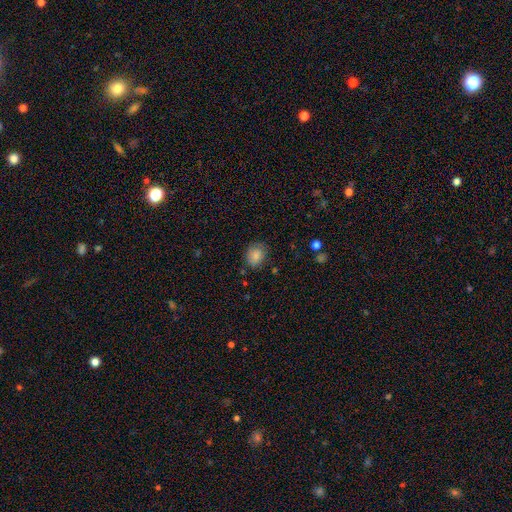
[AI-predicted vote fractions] smooth 84%, star or artifact 9%, featured or disk 7%. Down the decision tree: how rounded — round (54%); merging — none (78%).